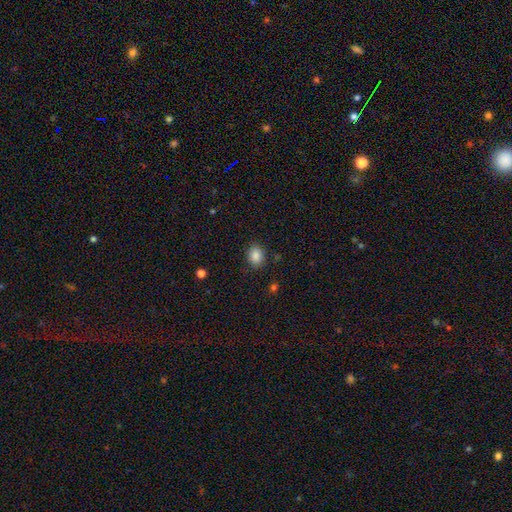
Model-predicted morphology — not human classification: This is clearly a smooth galaxy (87%). How rounded: likely in between (63%). Merging: clearly none (85%).